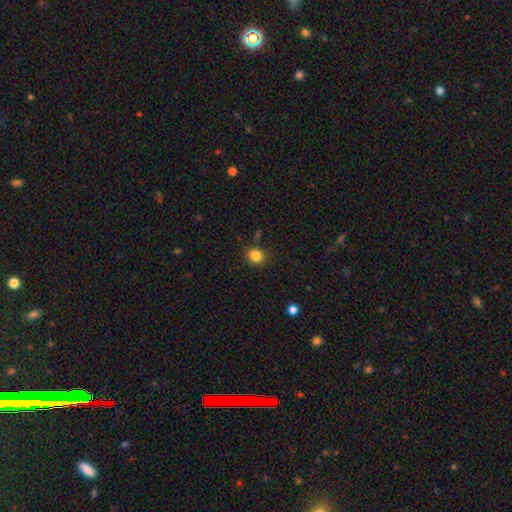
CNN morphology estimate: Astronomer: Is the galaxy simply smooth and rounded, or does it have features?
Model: smooth — 84%.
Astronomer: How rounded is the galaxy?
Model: round — 87%.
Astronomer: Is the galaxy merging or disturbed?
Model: none — 85%.